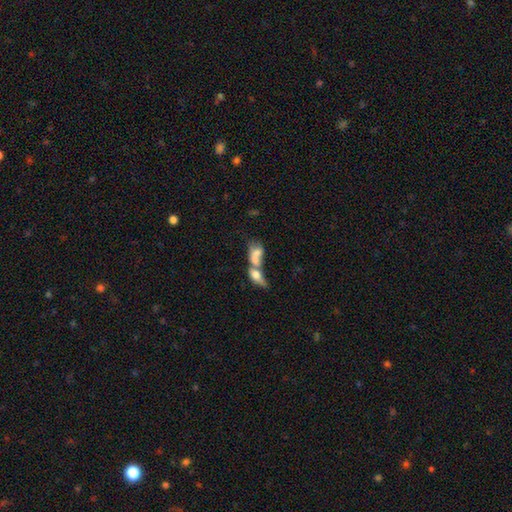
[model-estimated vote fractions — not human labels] smooth-or-featured: smooth: 55% | featured or disk: 36% | star or artifact: 9%
  how-rounded: in between: 73% | round: 15% | cigar-shaped: 12%
  merging: merger: 76% | none: 11% | major disturbance: 8% | minor disturbance: 5%